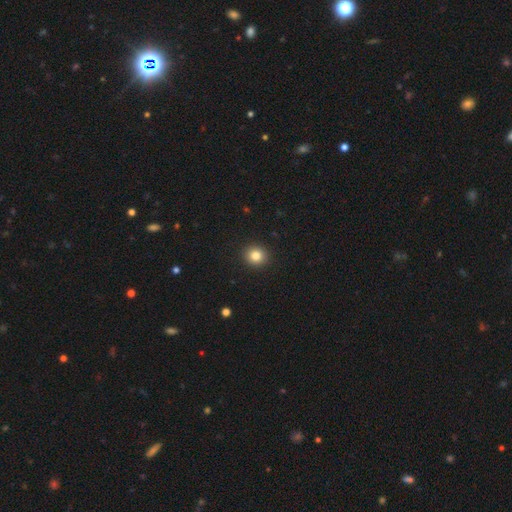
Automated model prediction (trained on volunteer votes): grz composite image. It shows a smooth galaxy with no disk features (83%) that is round (88%). Merging: none (92%).